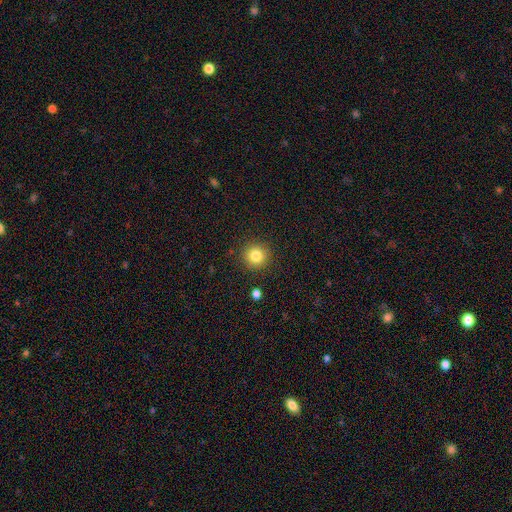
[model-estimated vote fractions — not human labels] smooth-or-featured: smooth: 83% | star or artifact: 11% | featured or disk: 6%
  how-rounded: round: 94% | in between: 5% | cigar-shaped: 1%
  merging: none: 90% | minor disturbance: 6% | major disturbance: 2% | merger: 1%